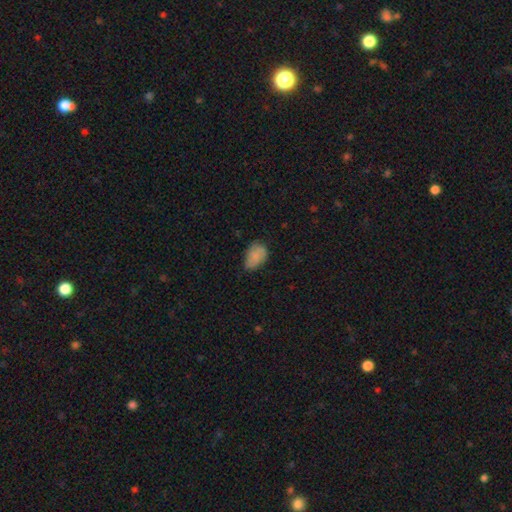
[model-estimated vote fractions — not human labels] Q: Smooth or featured?
A: smooth (80%); runner-up: featured or disk (12%)
Q: How rounded?
A: in between (87%); runner-up: round (12%)
Q: Merging?
A: none (59%); runner-up: minor disturbance (33%)